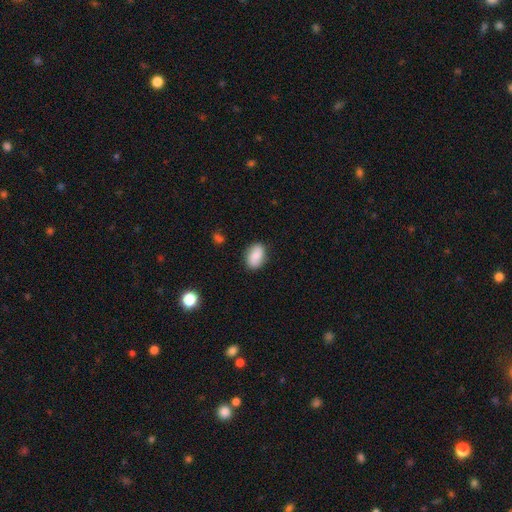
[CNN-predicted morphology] Smooth or featured? smooth (79%)
How rounded? in between (86%)
Merging? none (83%)